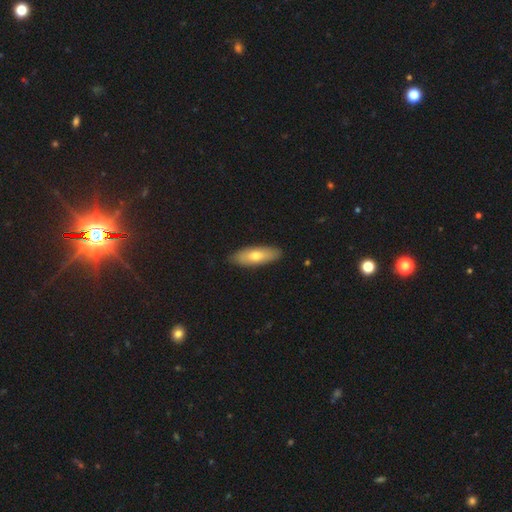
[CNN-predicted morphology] Smooth or featured? Predicted: smooth (p=0.67). How rounded? Predicted: in between (p=0.71). Merging? Predicted: none (p=0.87).